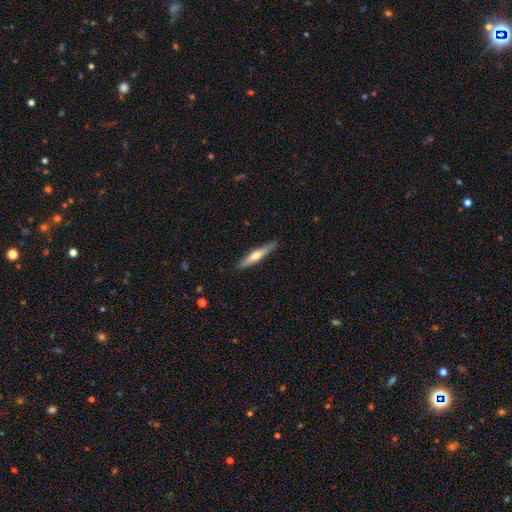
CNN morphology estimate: type=featured or disk (50%); edge-on=yes (94%); merging=none (88%).